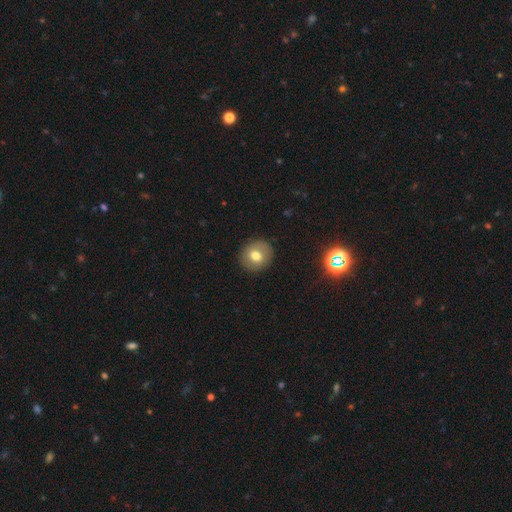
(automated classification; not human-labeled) Smooth or featured?
  - smooth: 71% *
  - featured or disk: 19%
  - star or artifact: 10%
How rounded?
  - round: 84% *
  - in between: 15%
  - cigar-shaped: 1%
Merging?
  - none: 90% *
  - minor disturbance: 7%
  - major disturbance: 2%
  - merger: 1%